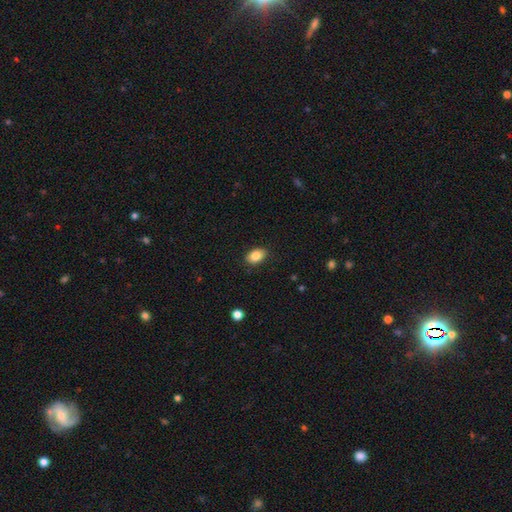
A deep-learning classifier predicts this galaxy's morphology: smooth_or_featured: smooth (p=0.86) [alt: star or artifact p=0.08]
how_rounded: in between (p=0.87) [alt: round p=0.12]
merging: none (p=0.87) [alt: minor disturbance p=0.10]